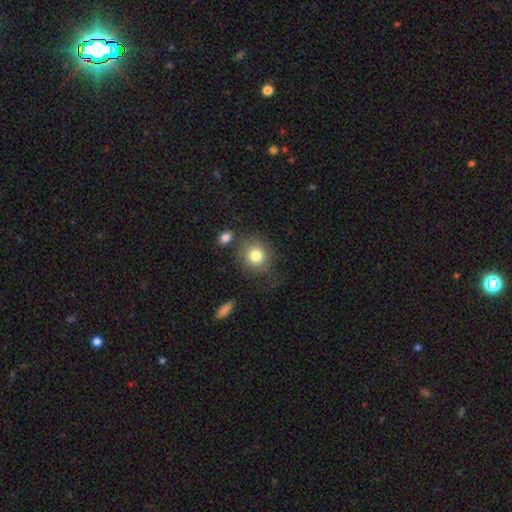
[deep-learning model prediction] A smooth galaxy with no disk features (81%) that is round (81%).

Vote fractions:
- Smooth or featured? smooth: 81% / featured or disk: 10% / star or artifact: 10%
- How rounded? round: 81% / in between: 18% / cigar-shaped: 1%
- Merging? none: 70% / minor disturbance: 16% / major disturbance: 7% / merger: 6%